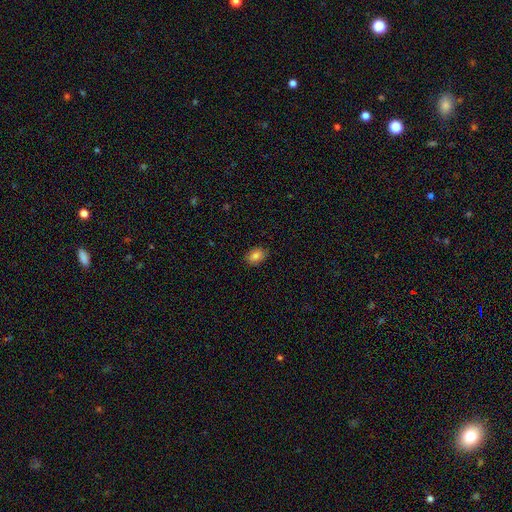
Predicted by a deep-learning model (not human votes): The model was most divided on "how rounded": in between: 69%, round: 30%, cigar-shaped: 1%. More confident: merging — none (85%); smooth or featured — smooth (82%).